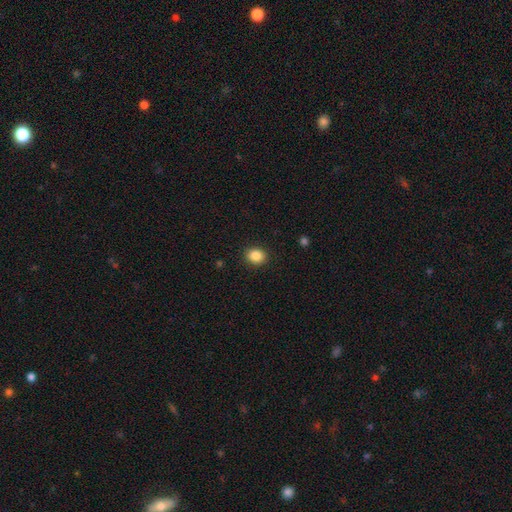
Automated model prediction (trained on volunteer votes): A smooth galaxy with no disk features (86%) that is round (61%). Merging: none (90%).